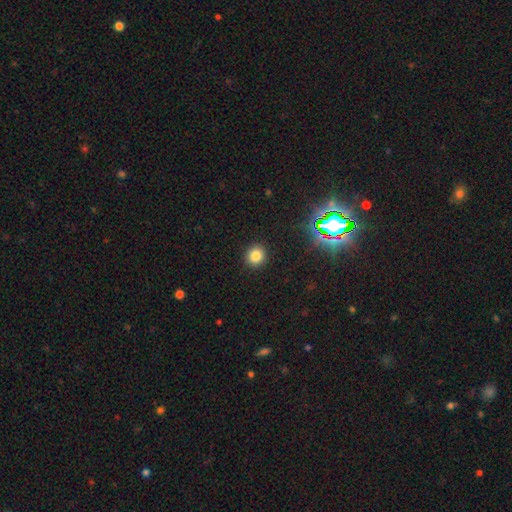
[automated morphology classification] Smooth or featured? Predicted: smooth (p=0.79). How rounded? Predicted: round (p=0.90). Merging? Predicted: none (p=0.92).